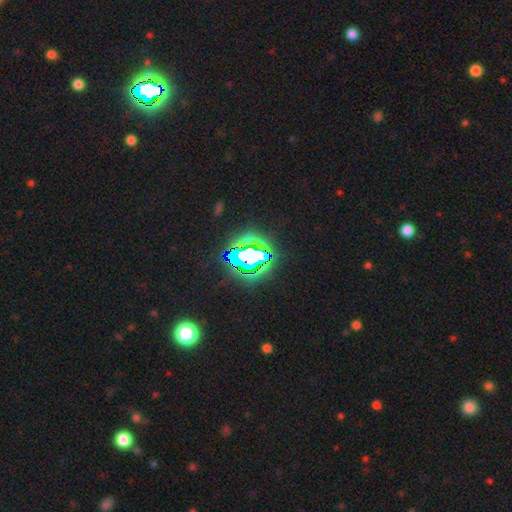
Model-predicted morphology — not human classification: smooth_or_featured: star or artifact (p=0.71) [alt: smooth p=0.15]